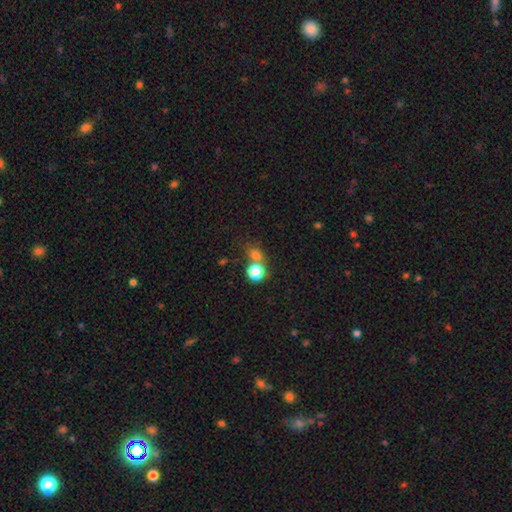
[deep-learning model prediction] The model was most divided on "merging": none: 53%, merger: 33%, minor disturbance: 9%, major disturbance: 5%. More confident: smooth or featured — smooth (73%); how rounded — round (72%).